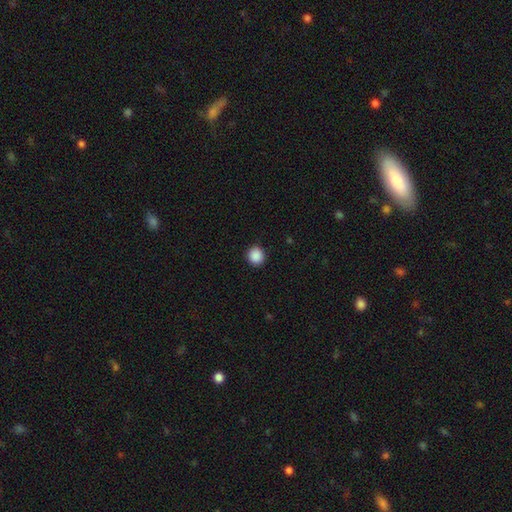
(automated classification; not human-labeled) Smooth or featured? Predicted: smooth (p=0.89). How rounded? Predicted: round (p=0.90). Merging? Predicted: none (p=0.92).